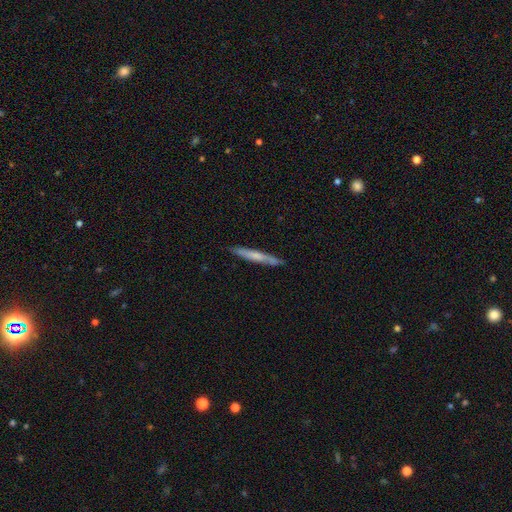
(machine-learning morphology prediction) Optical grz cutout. It shows a smooth galaxy with no disk features (52%) that is cigar-shaped (95%). Merging: none (86%).